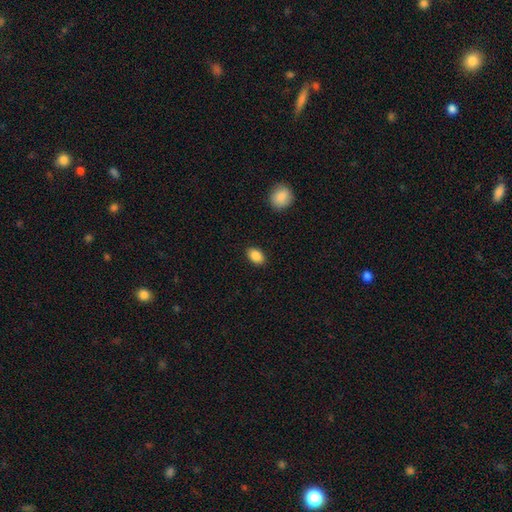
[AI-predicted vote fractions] smooth_or_featured: smooth (p=0.88) [alt: star or artifact p=0.08]
how_rounded: in between (p=0.86) [alt: round p=0.13]
merging: none (p=0.89) [alt: minor disturbance p=0.08]